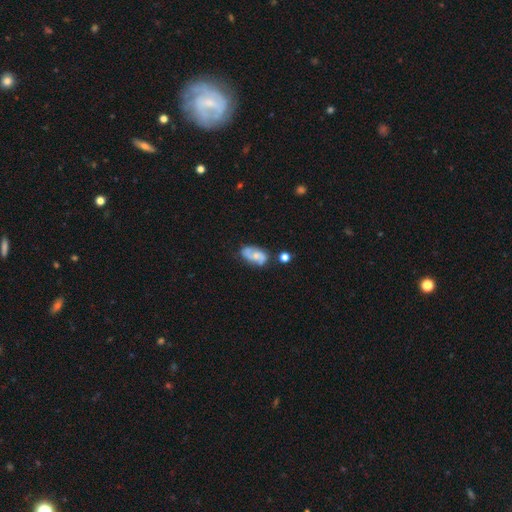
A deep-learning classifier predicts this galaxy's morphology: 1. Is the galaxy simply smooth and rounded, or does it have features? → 58% featured or disk, 34% smooth, 7% star or artifact.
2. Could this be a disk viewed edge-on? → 95% no, 5% yes.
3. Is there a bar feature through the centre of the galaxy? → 63% no, 30% weak, 7% strong.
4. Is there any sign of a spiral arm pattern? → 85% yes, 15% no.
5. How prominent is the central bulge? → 48% small, 41% moderate, 8% none, 3% large, 1% dominant.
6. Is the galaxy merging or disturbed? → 63% none, 22% minor disturbance, 8% merger, 7% major disturbance.